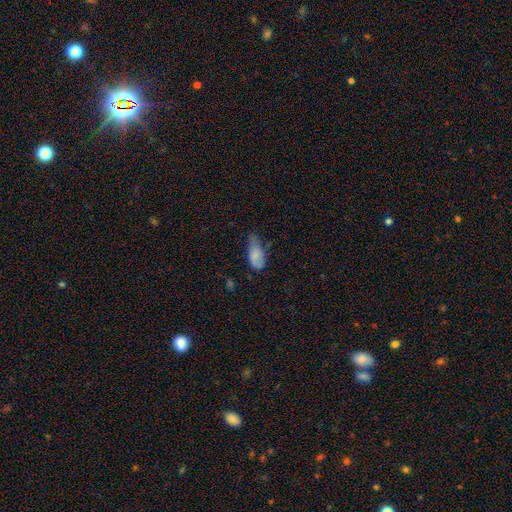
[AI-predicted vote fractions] Q: Smooth or featured?
A: smooth (76%); runner-up: featured or disk (16%)
Q: How rounded?
A: in between (90%); runner-up: cigar-shaped (7%)
Q: Merging?
A: minor disturbance (44%); runner-up: none (34%)